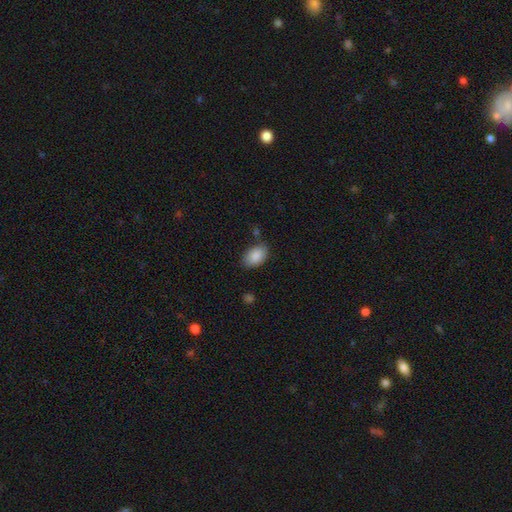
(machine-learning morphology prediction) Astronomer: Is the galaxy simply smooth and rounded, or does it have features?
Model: smooth — 89%.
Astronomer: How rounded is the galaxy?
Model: in between — 90%.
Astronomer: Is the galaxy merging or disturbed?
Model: none — 78%.